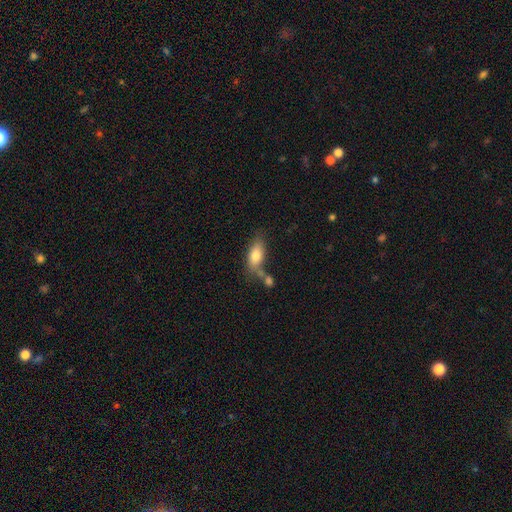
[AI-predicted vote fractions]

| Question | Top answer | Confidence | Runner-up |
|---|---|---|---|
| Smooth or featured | smooth | 77% | featured or disk (16%) |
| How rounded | in between | 85% | cigar-shaped (12%) |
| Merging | none | 52% | merger (22%) |